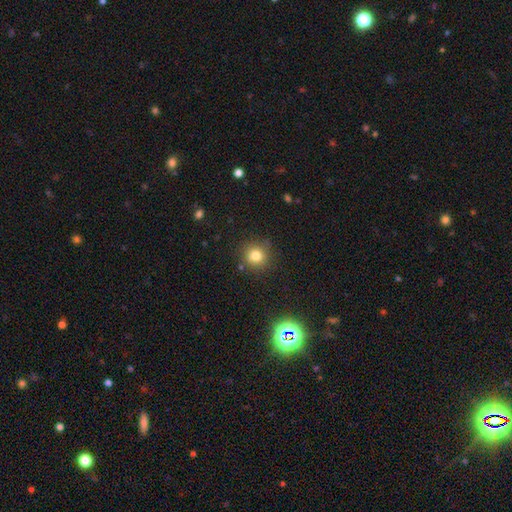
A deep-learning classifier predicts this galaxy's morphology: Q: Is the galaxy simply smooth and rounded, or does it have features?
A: smooth — 79%.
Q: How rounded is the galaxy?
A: round — 91%.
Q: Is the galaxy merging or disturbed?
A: none — 85%.